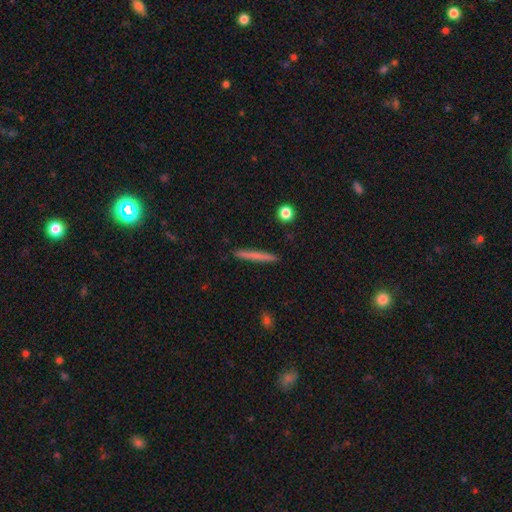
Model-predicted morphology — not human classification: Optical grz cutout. It shows a smooth galaxy with no disk features (70%) that is cigar-shaped (96%). Merging: none (92%).